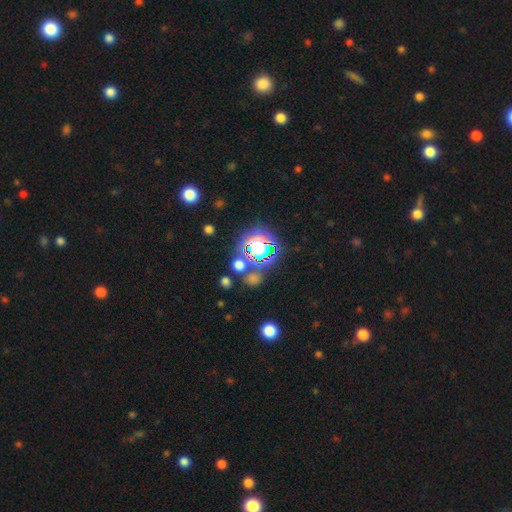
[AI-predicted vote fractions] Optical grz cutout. It shows a star or artifact, not a galaxy (77%).